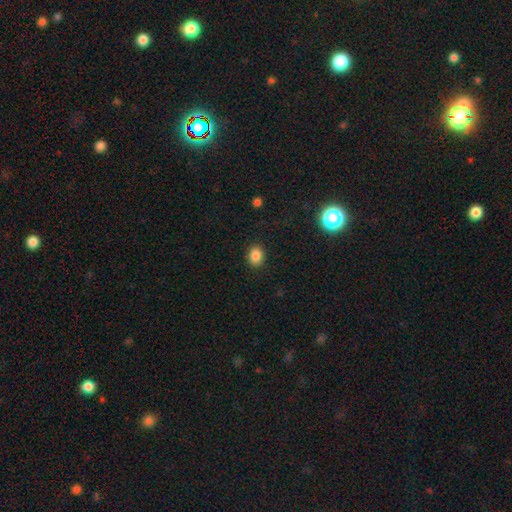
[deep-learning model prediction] A smooth galaxy with no disk features (86%) that is in between round and cigar-shaped (52%). Merging: none (89%).